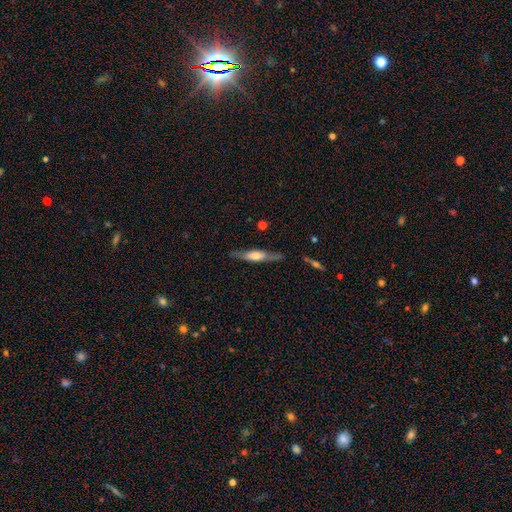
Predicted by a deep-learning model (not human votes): featured or disk 59%, smooth 35%, star or artifact 6%. Down the decision tree: edge-on disk — yes (90%); edge-on bulge — rounded (74%); merging — none (81%).